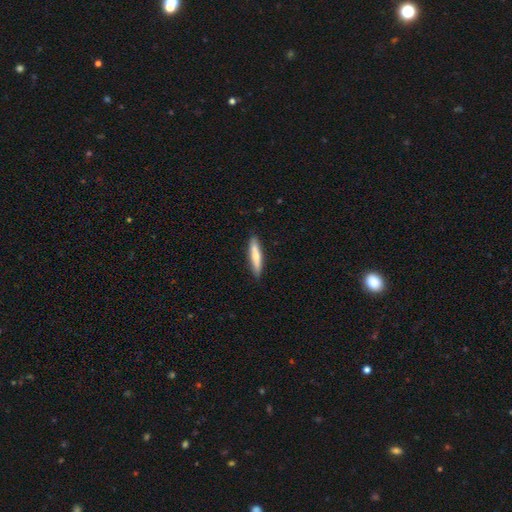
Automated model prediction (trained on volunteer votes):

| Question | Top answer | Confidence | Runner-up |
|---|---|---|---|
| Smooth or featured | smooth | 69% | featured or disk (26%) |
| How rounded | cigar-shaped | 86% | in between (12%) |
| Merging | none | 87% | minor disturbance (10%) |